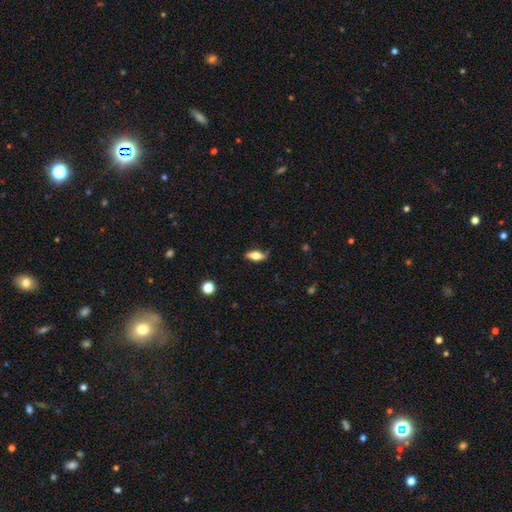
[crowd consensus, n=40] A smooth galaxy with no disk features (57%) that is in between round and cigar-shaped (78%). Merging: none (80%).